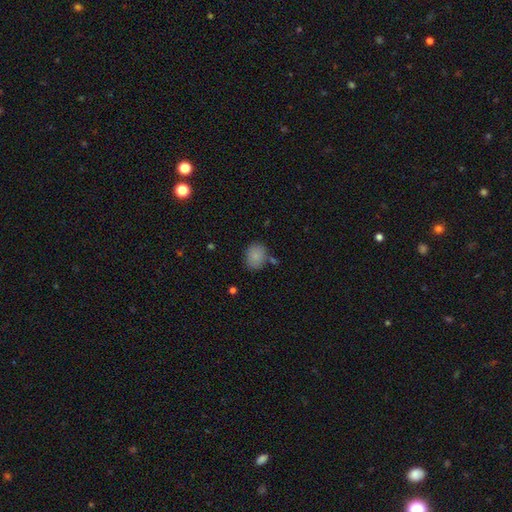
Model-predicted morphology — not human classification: Smooth or featured? Predicted: smooth (p=0.86). How rounded? Predicted: round (p=0.50). Merging? Predicted: none (p=0.74).